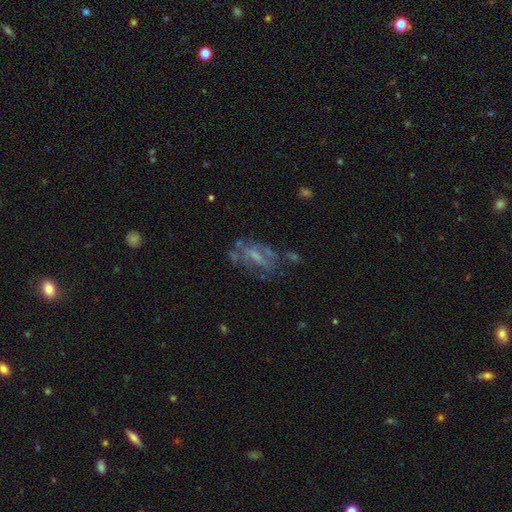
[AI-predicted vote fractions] smooth_or_featured: featured or disk (p=0.60) [alt: smooth p=0.27]
disk_edge_on: no (p=0.92) [alt: yes p=0.08]
bar: no (p=0.47) [alt: weak p=0.38]
has_spiral_arms: no (p=0.64) [alt: yes p=0.36]
bulge_size: none (p=0.35) [alt: small p=0.33]
merging: none (p=0.44) [alt: major disturbance p=0.24]